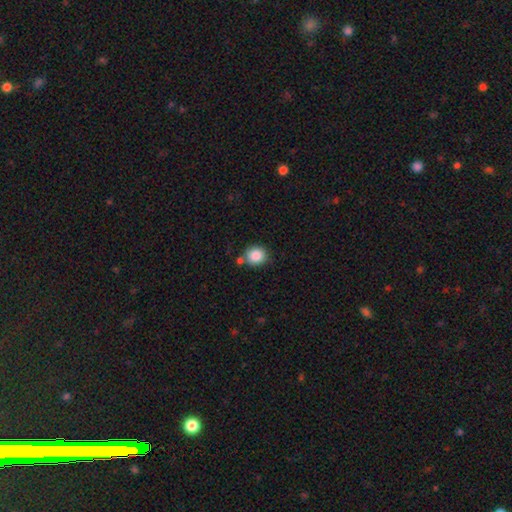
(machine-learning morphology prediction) smooth_or_featured: smooth (p=0.86) [alt: star or artifact p=0.09]
how_rounded: round (p=0.86) [alt: in between p=0.13]
merging: none (p=0.75) [alt: merger p=0.11]